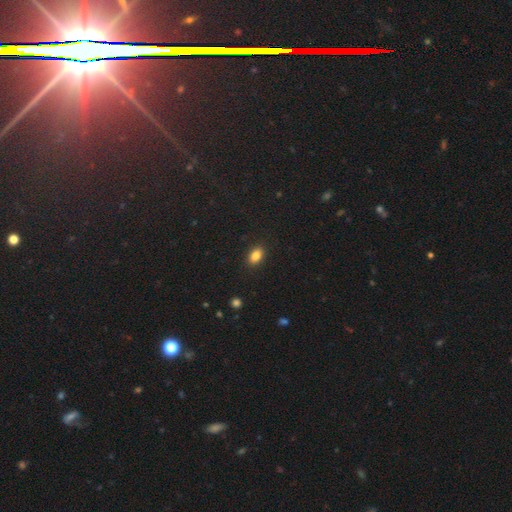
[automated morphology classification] This is clearly a smooth galaxy (85%). How rounded: clearly in between (87%). Merging: clearly none (89%).